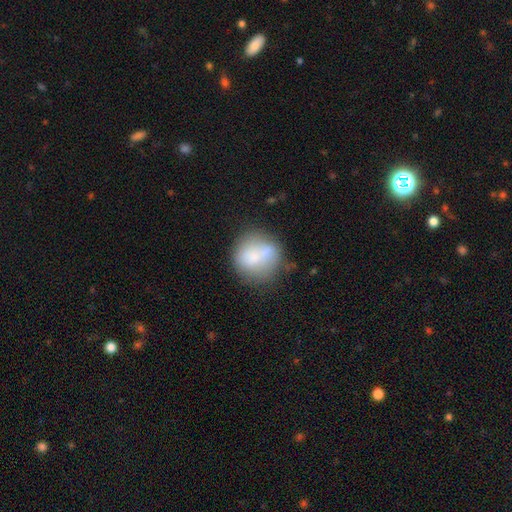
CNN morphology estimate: Smooth or featured? smooth (70%)
How rounded? round (84%)
Merging? none (53%)